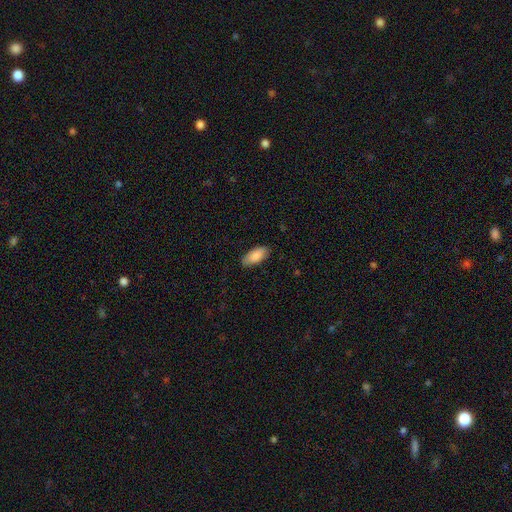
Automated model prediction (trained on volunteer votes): smooth-or-featured: smooth: 87% | featured or disk: 8% | star or artifact: 6%
  how-rounded: in between: 89% | cigar-shaped: 10% | round: 2%
  merging: none: 85% | minor disturbance: 12% | major disturbance: 2% | merger: 1%